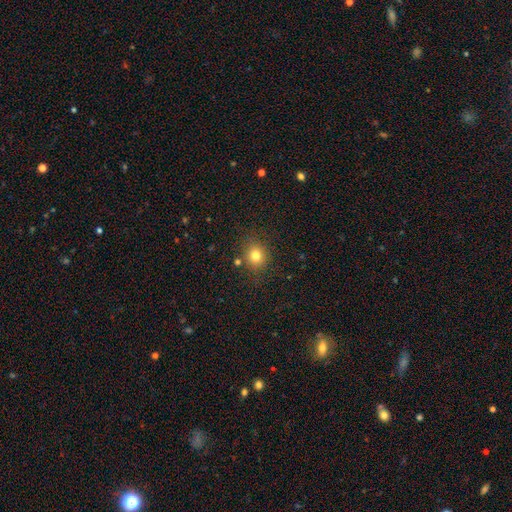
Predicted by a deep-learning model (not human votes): Morphology: type=smooth (78%); roundness=round (80%); merging=none (81%).